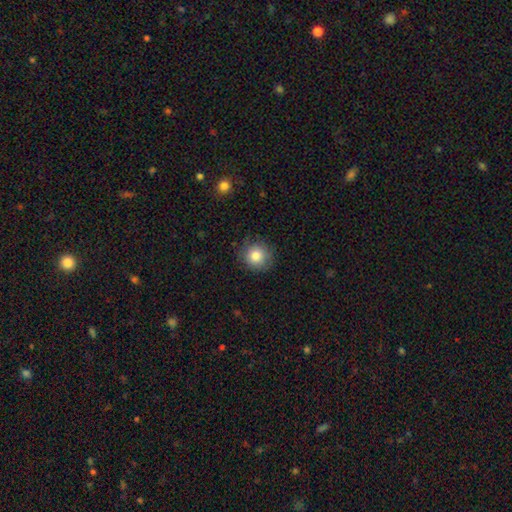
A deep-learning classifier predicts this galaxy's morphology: smooth_or_featured: smooth (p=0.84) [alt: star or artifact p=0.09]
how_rounded: round (p=0.92) [alt: in between p=0.07]
merging: none (p=0.84) [alt: minor disturbance p=0.12]